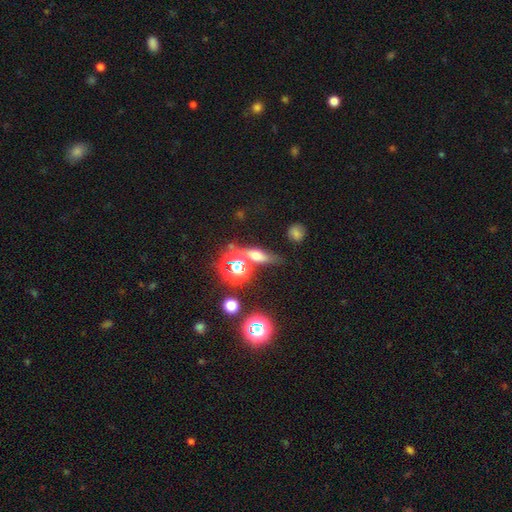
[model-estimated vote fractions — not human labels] This appears to be a smooth galaxy with no disk features (47%). Merging: none (62%).